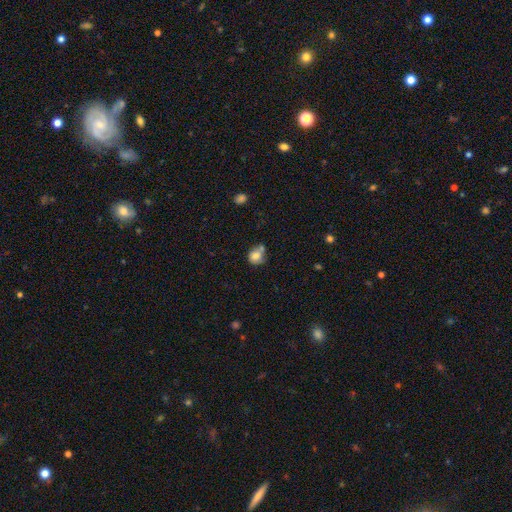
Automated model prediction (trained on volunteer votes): Overall: smooth (76%). How rounded: round (68%; in between 31%). Merging: none (40%; merger 30%).